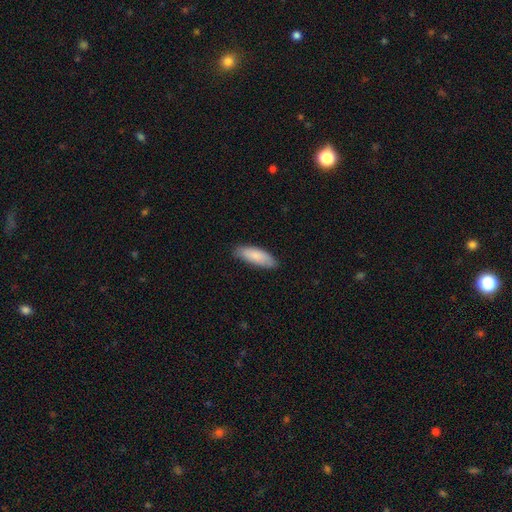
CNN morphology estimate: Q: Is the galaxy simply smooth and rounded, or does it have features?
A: smooth — 84%.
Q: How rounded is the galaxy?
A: in between — 64%.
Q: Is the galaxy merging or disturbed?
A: none — 82%.